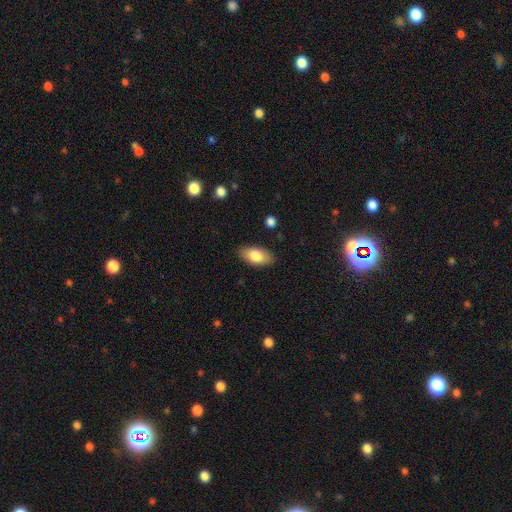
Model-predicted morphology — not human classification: This is clearly a smooth galaxy (81%). How rounded: clearly in between (92%). Merging: clearly none (86%).